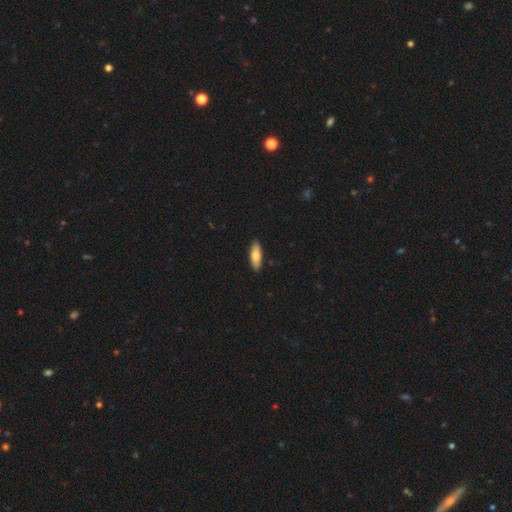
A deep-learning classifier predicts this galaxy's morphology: A smooth galaxy with no disk features (78%) that is in between round and cigar-shaped (64%).

Vote fractions:
- Smooth or featured? smooth: 78% / featured or disk: 17% / star or artifact: 6%
- How rounded? in between: 64% / cigar-shaped: 34% / round: 2%
- Merging? none: 89% / minor disturbance: 9% / major disturbance: 1% / merger: 1%